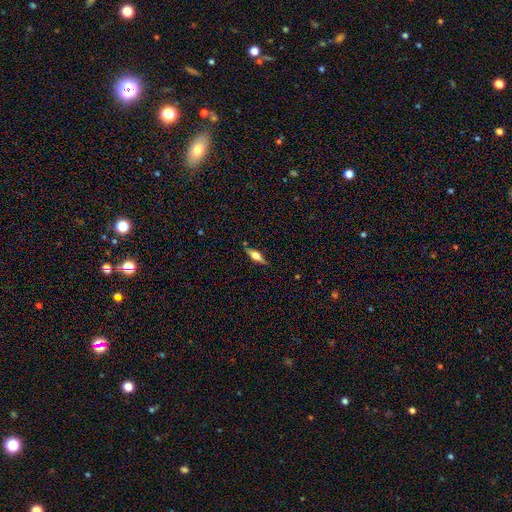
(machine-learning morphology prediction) This is possibly a featured or disk galaxy (57%). It is clearly viewed edge-on (95%). Edge-on bulge: clearly rounded (87%). Merging: clearly none (83%).